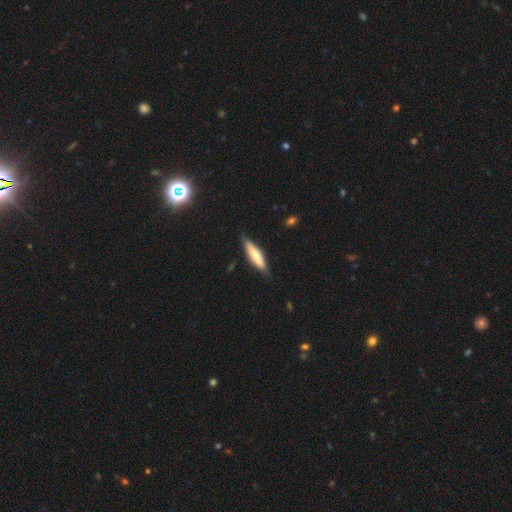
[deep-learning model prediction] Overall: smooth (67%; featured or disk 28%). How rounded: cigar-shaped (74%). Merging: none (83%).